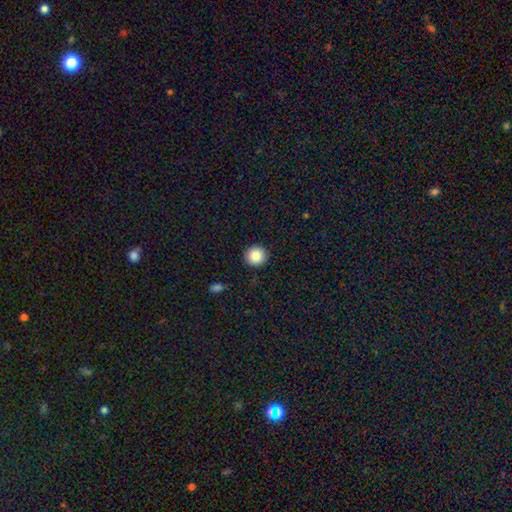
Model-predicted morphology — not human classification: type=smooth (86%); roundness=round (95%); merging=none (92%).